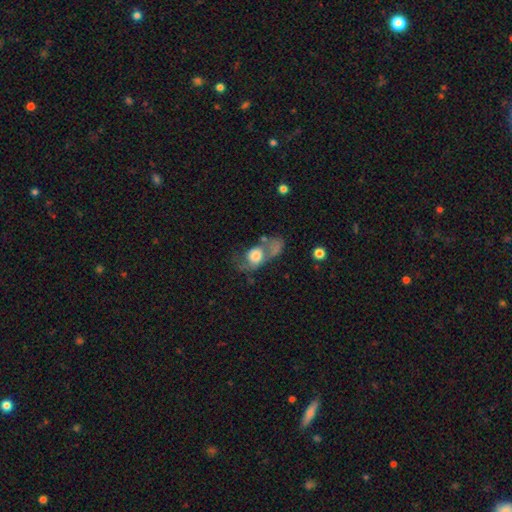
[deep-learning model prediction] smooth_or_featured: smooth (p=0.55) [alt: featured or disk p=0.36]
how_rounded: in between (p=0.55) [alt: round p=0.41]
merging: major disturbance (p=0.38) [alt: none p=0.26]